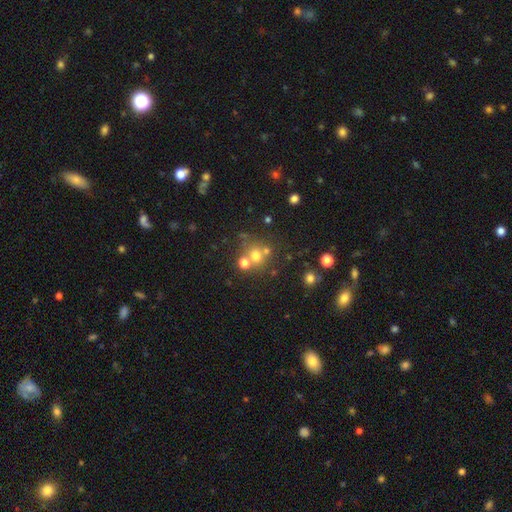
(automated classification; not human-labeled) Overall: smooth (64%). How rounded: round (86%). Merging: none (56%; merger 30%).